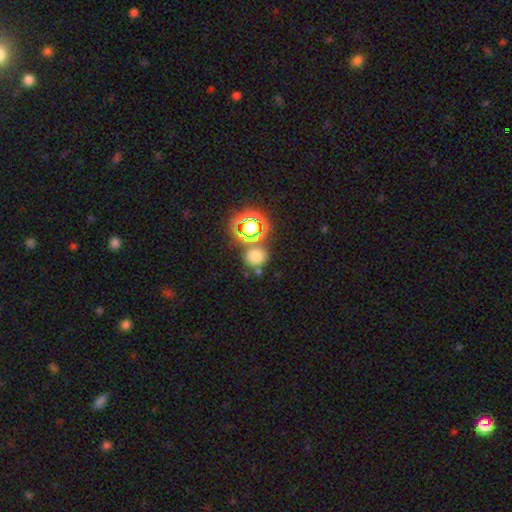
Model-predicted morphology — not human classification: Smooth or featured: smooth — 66% (star or artifact — 26%)
How rounded: round — 79% (in between — 20%)
Merging: none — 68% (merger — 19%)